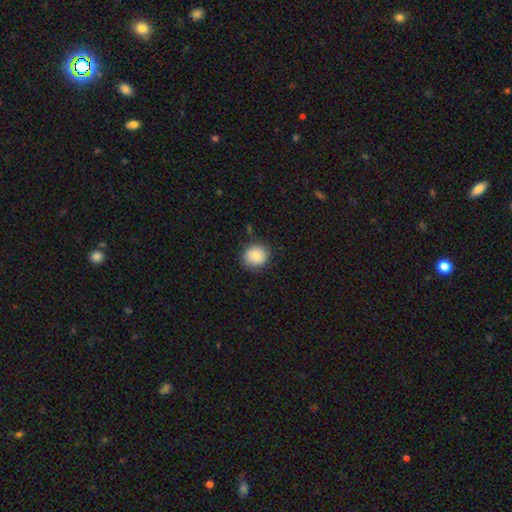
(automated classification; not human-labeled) This appears to be a smooth galaxy with no disk features (81%) that is round (86%). Merging: none (81%).